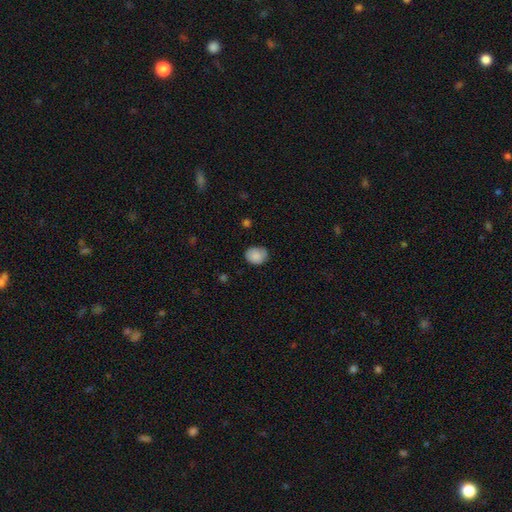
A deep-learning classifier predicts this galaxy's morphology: A smooth galaxy with no disk features (82%) that is round (55%). Merging: none (69%).